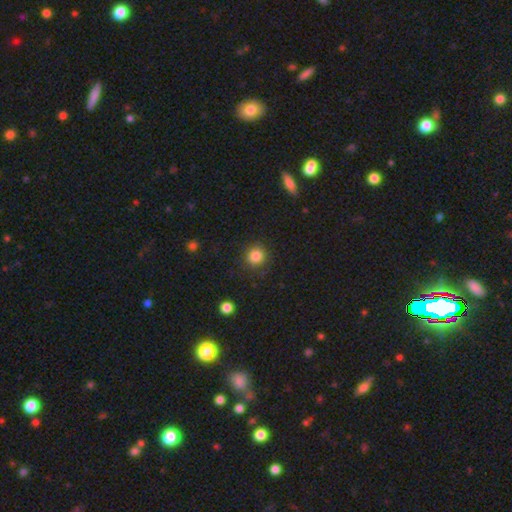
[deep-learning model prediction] The model was most divided on "smooth or featured": smooth: 84%, star or artifact: 11%, featured or disk: 5%. More confident: how rounded — round (92%); merging — none (87%).